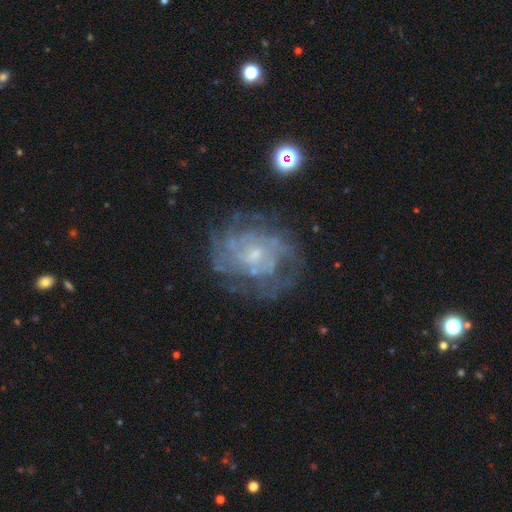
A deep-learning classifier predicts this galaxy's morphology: Overall: featured or disk (78%). Edge-on disk: no (97%). Bar: no (70%). Spiral arms: yes (84%). Spiral arm count: can't tell (52%; 2 12%). Spiral winding: tight (61%; medium 30%). Bulge size: small (69%). Merging: none (73%).